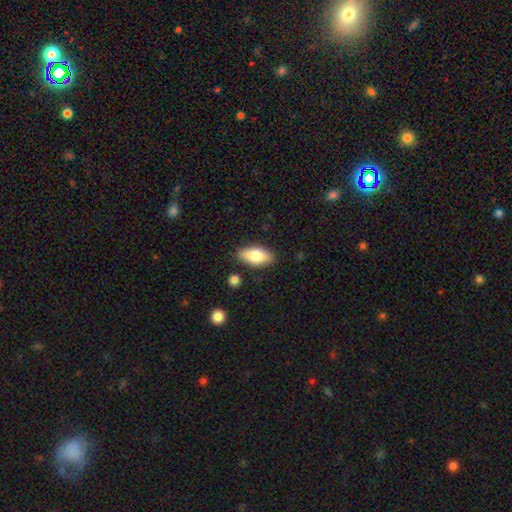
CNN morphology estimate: Smooth or featured? Predicted: smooth (p=0.79). How rounded? Predicted: in between (p=0.88). Merging? Predicted: none (p=0.85).